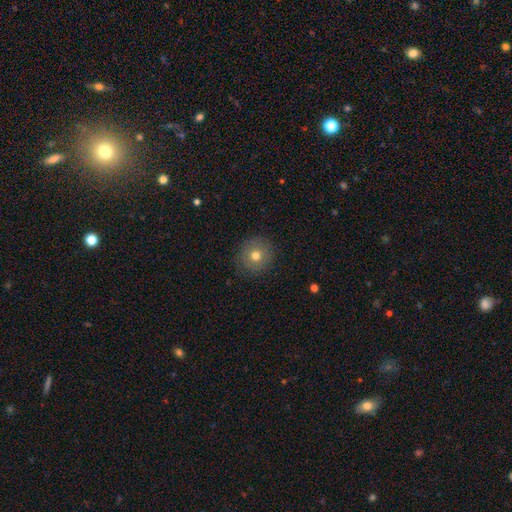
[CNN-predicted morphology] This appears to be a smooth galaxy with no disk features (73%) that is round (92%). Merging: none (88%).